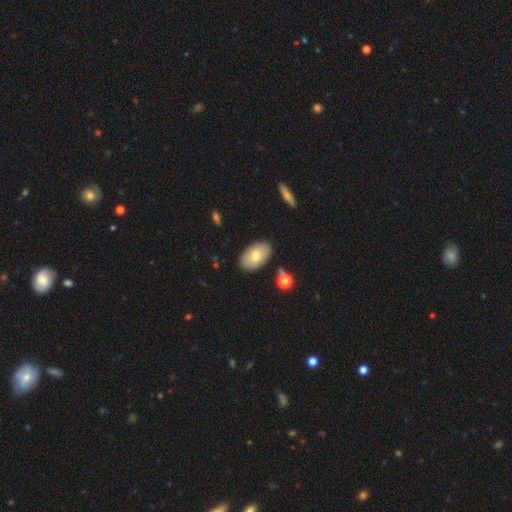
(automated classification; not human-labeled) Smooth or featured?
  - smooth: 73% *
  - featured or disk: 20%
  - star or artifact: 7%
How rounded?
  - in between: 94% *
  - round: 5%
  - cigar-shaped: 1%
Merging?
  - none: 83% *
  - minor disturbance: 11%
  - merger: 3%
  - major disturbance: 2%